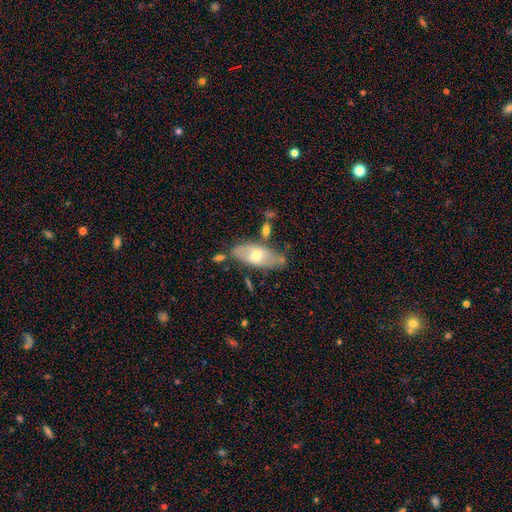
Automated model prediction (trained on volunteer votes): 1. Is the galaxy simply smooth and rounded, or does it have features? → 51% featured or disk, 42% smooth, 7% star or artifact.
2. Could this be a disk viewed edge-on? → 74% no, 26% yes.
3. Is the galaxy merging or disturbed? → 66% none, 21% minor disturbance, 8% merger, 6% major disturbance.